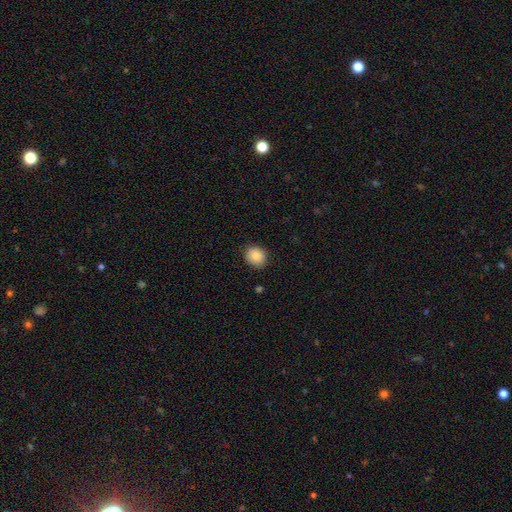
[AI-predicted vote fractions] Q: Smooth or featured?
A: smooth (86%); runner-up: star or artifact (8%)
Q: How rounded?
A: round (74%); runner-up: in between (25%)
Q: Merging?
A: none (88%); runner-up: minor disturbance (9%)